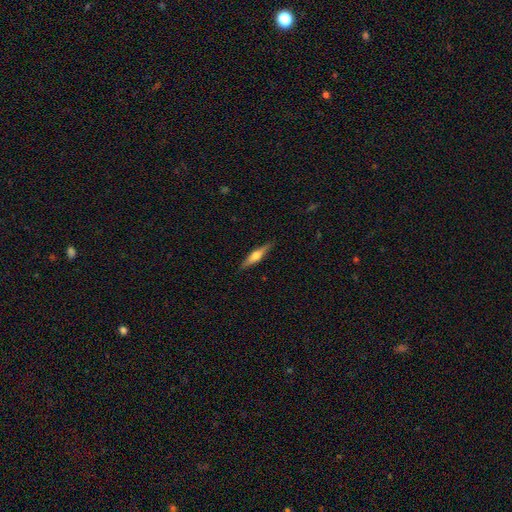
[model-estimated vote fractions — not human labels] Morphology: type=featured or disk (62%); edge-on=yes (96%); edge-on bulge=rounded (90%); merging=none (89%).